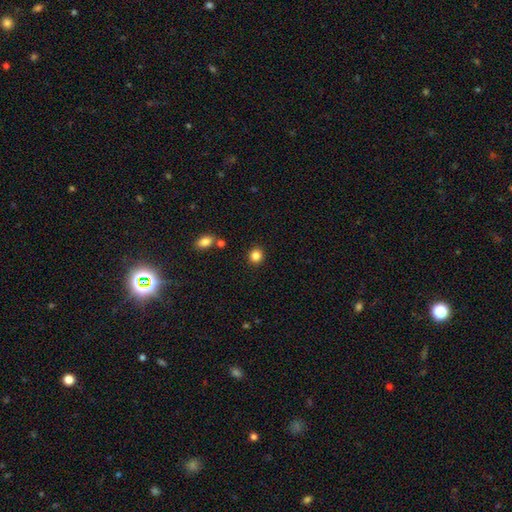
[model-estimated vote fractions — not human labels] Q: Smooth or featured?
A: smooth (85%); runner-up: star or artifact (11%)
Q: How rounded?
A: round (86%); runner-up: in between (13%)
Q: Merging?
A: none (89%); runner-up: minor disturbance (6%)